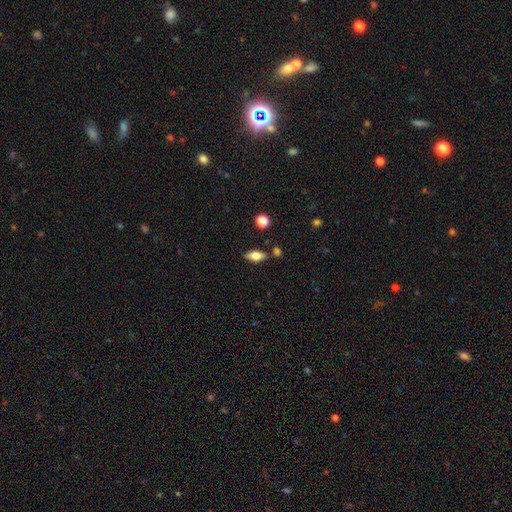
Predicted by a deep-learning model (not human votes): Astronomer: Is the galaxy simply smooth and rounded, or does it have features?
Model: smooth — 66%.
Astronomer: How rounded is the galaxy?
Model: in between — 82%.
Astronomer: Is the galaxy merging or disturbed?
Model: none — 81%.